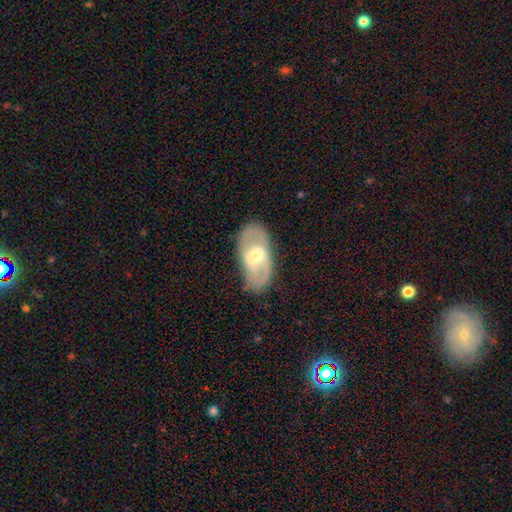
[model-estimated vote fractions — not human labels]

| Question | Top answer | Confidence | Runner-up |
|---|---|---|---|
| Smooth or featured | featured or disk | 64% | smooth (30%) |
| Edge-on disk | no | 90% | yes (10%) |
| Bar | weak | 49% | strong (30%) |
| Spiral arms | yes | 62% | no (38%) |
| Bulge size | moderate | 60% | large (19%) |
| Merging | none | 76% | minor disturbance (17%) |